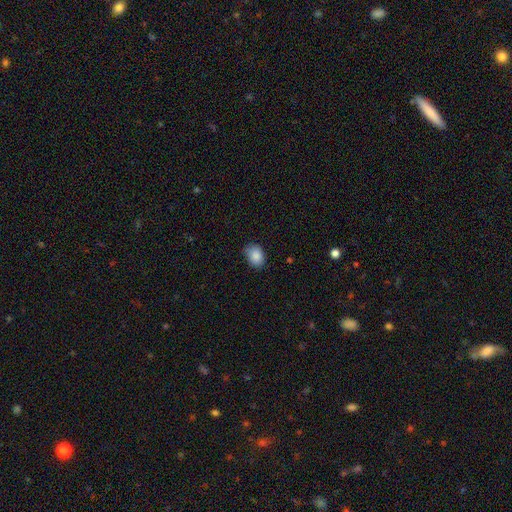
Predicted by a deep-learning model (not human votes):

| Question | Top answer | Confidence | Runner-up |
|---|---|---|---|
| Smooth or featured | smooth | 87% | star or artifact (8%) |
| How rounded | in between | 67% | round (32%) |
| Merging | none | 76% | minor disturbance (20%) |